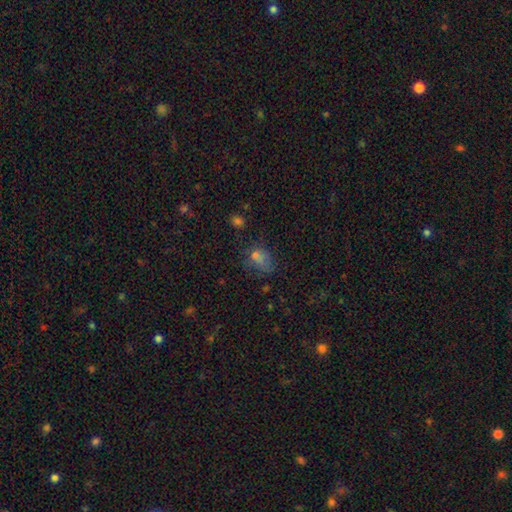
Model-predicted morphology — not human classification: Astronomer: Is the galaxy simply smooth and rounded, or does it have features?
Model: smooth — 52% (runner-up: star or artifact, 35%).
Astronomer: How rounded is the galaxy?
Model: in between — 61%.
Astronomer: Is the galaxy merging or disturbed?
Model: none — 48% (runner-up: minor disturbance, 26%).